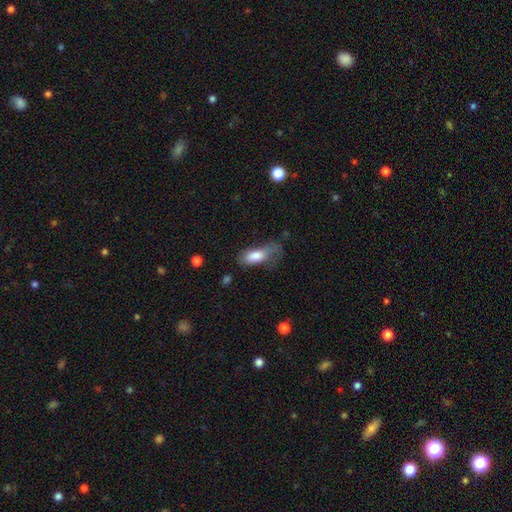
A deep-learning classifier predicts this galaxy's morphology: Smooth or featured? smooth (76%)
How rounded? in between (77%)
Merging? minor disturbance (34%)